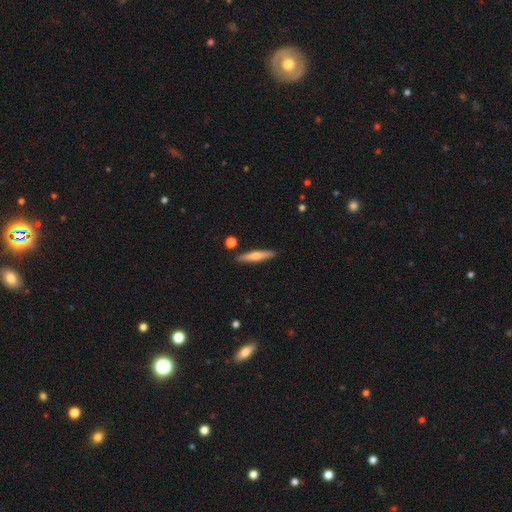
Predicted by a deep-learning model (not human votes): A smooth galaxy with no disk features (59%) that is cigar-shaped (89%). Merging: none (88%).